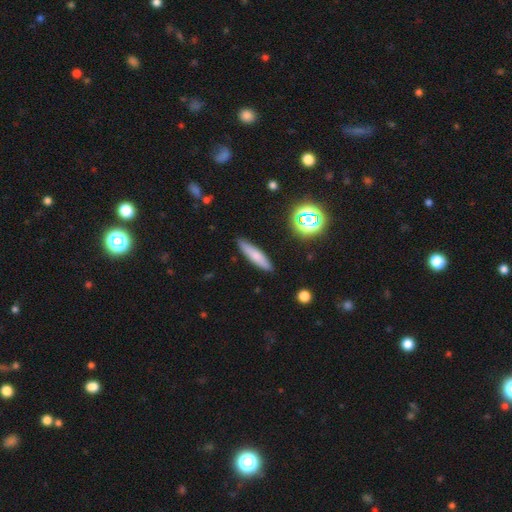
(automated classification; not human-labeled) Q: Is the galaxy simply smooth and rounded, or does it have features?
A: smooth — 70%.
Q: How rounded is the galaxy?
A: cigar-shaped — 79%.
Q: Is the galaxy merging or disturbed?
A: none — 88%.